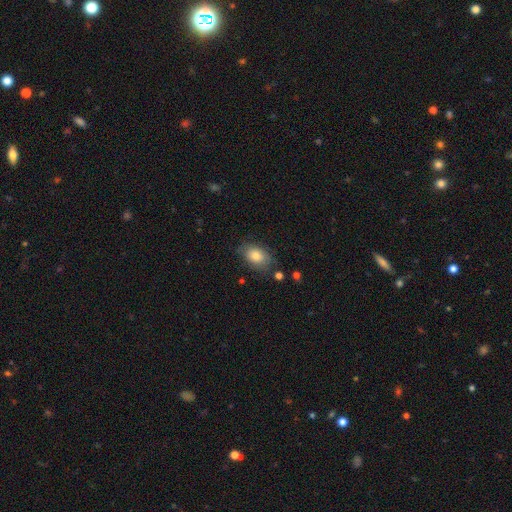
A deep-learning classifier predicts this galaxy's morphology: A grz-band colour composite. It shows a smooth galaxy with no disk features (76%) that is in between round and cigar-shaped (80%). Merging: none (70%).